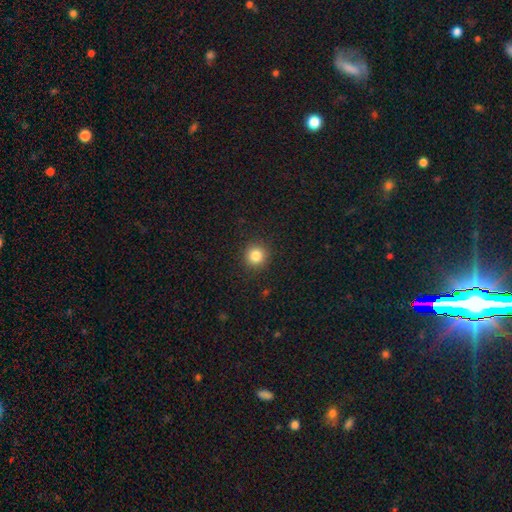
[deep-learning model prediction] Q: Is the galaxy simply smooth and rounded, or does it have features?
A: smooth — 84%.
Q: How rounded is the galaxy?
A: round — 94%.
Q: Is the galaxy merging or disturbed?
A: none — 91%.